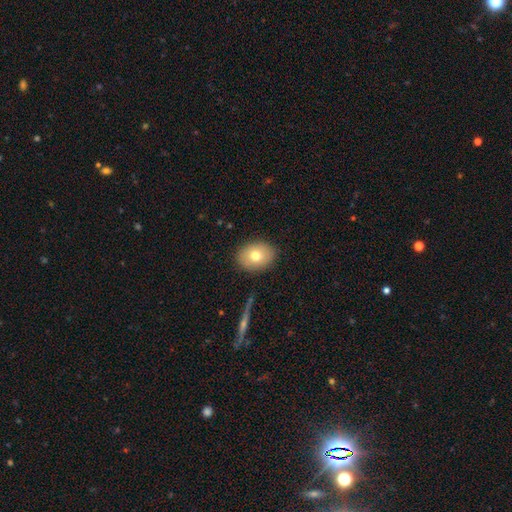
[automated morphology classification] This appears to be a smooth galaxy with no disk features (73%) that is in between round and cigar-shaped (65%). Merging: none (88%).